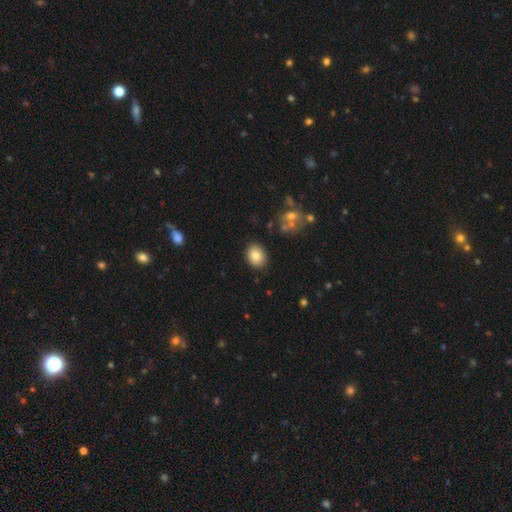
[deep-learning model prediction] smooth_or_featured: smooth (p=0.82) [alt: star or artifact p=0.09]
how_rounded: in between (p=0.52) [alt: round p=0.47]
merging: none (p=0.88) [alt: minor disturbance p=0.08]